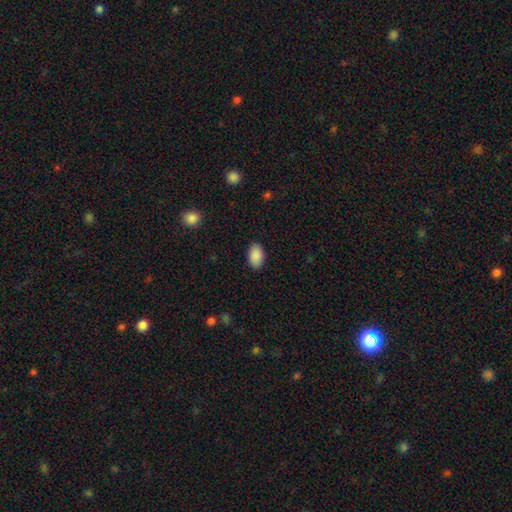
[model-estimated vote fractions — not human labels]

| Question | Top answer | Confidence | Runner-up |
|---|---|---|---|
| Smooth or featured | smooth | 90% | star or artifact (7%) |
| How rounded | in between | 93% | round (6%) |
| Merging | none | 88% | minor disturbance (9%) |